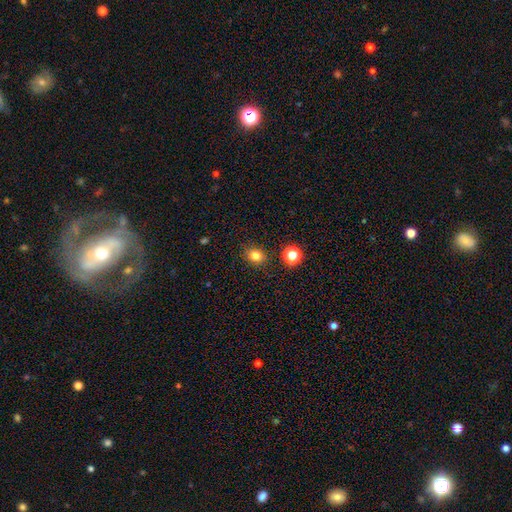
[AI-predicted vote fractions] A smooth galaxy with no disk features (81%) that is round (58%).

Vote fractions:
- Smooth or featured? smooth: 81% / star or artifact: 13% / featured or disk: 6%
- How rounded? round: 58% / in between: 41% / cigar-shaped: 1%
- Merging? none: 87% / minor disturbance: 8% / major disturbance: 3% / merger: 2%